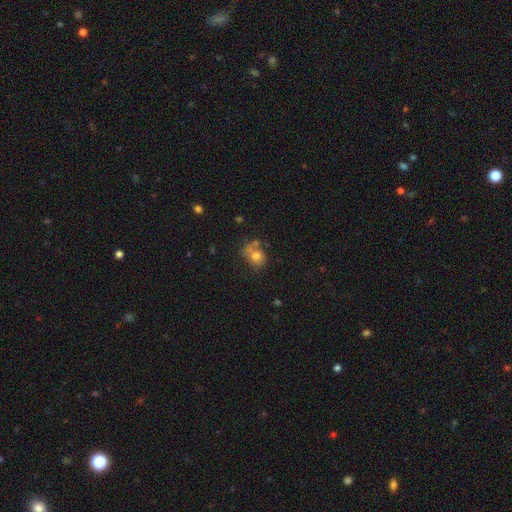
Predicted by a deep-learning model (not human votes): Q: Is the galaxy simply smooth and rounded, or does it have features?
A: smooth — 70%.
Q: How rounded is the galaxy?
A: round — 55%.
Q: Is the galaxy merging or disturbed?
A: none — 40%.